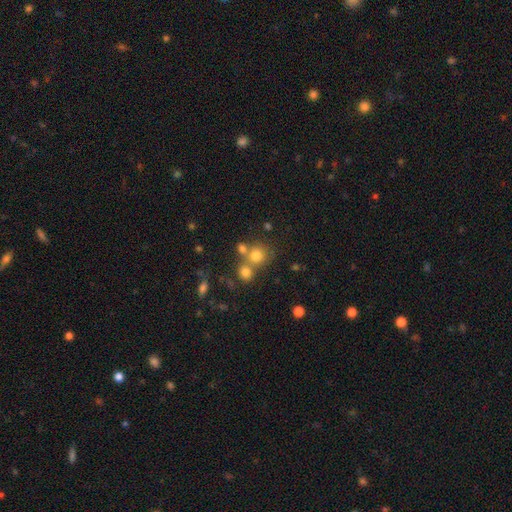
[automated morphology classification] smooth 74%, star or artifact 16%, featured or disk 10%. Down the decision tree: how rounded — round (86%); merging — none (55%).